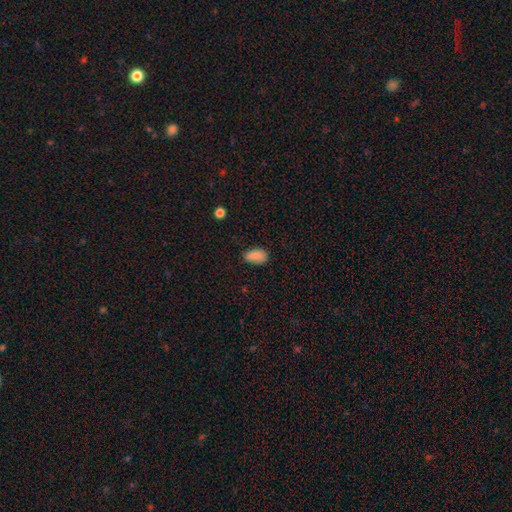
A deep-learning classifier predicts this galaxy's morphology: A smooth galaxy with no disk features (86%) that is in between round and cigar-shaped (92%).

Vote fractions:
- Smooth or featured? smooth: 86% / star or artifact: 9% / featured or disk: 5%
- How rounded? in between: 92% / round: 5% / cigar-shaped: 3%
- Merging? none: 72% / minor disturbance: 22% / major disturbance: 4% / merger: 2%